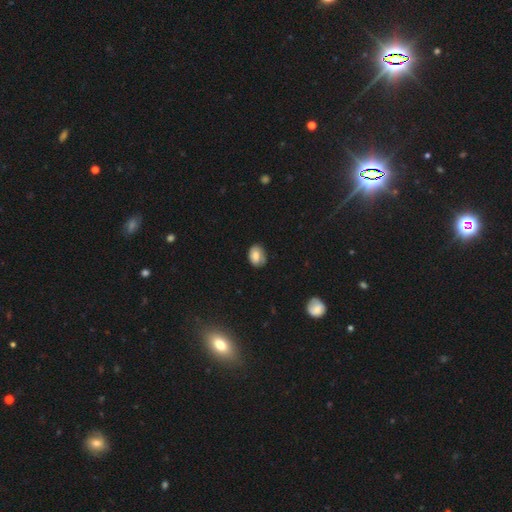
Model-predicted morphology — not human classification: Smooth or featured?
  - smooth: 77% *
  - featured or disk: 14%
  - star or artifact: 8%
How rounded?
  - in between: 70% *
  - round: 29%
  - cigar-shaped: 1%
Merging?
  - none: 67% *
  - minor disturbance: 26%
  - major disturbance: 5%
  - merger: 2%